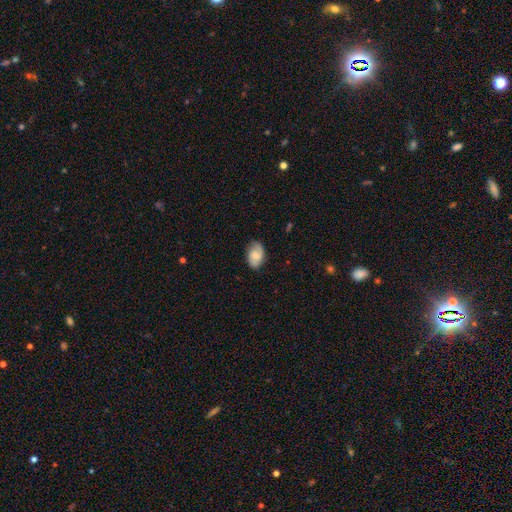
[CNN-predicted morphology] type=smooth (55%); roundness=in between (86%); merging=none (76%).